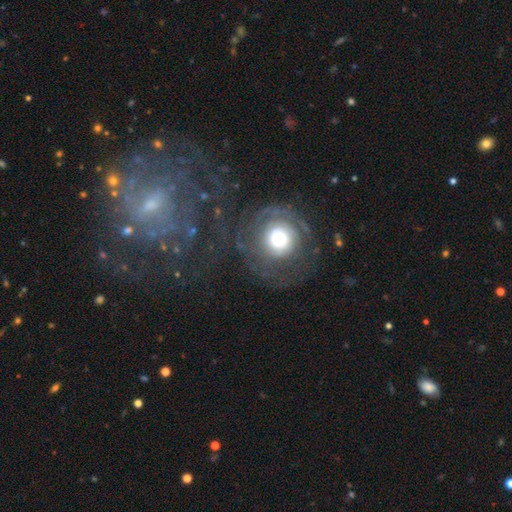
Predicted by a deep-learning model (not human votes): A featured or disk galaxy (51%). Merging: none (62%).